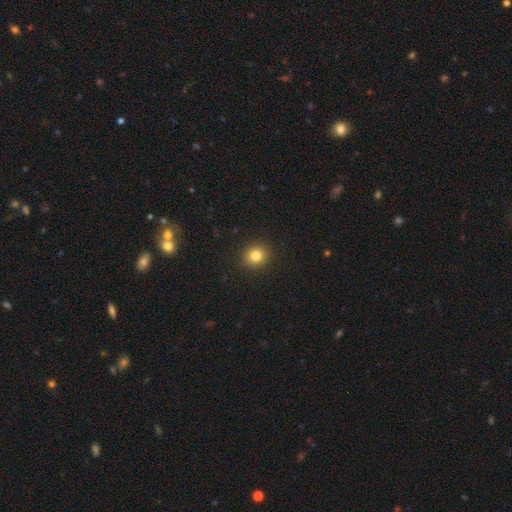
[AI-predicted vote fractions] Smooth or featured?
  - smooth: 82% *
  - star or artifact: 12%
  - featured or disk: 6%
How rounded?
  - round: 88% *
  - in between: 11%
  - cigar-shaped: 1%
Merging?
  - none: 92% *
  - minor disturbance: 5%
  - major disturbance: 2%
  - merger: 1%